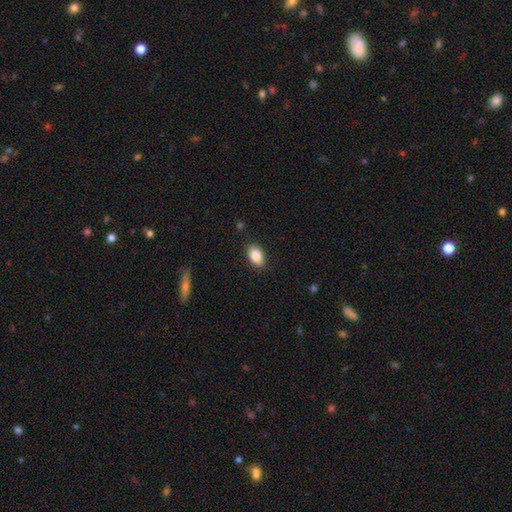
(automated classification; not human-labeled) Q: Smooth or featured?
A: smooth (86%); runner-up: star or artifact (8%)
Q: How rounded?
A: in between (91%); runner-up: round (8%)
Q: Merging?
A: none (87%); runner-up: minor disturbance (9%)